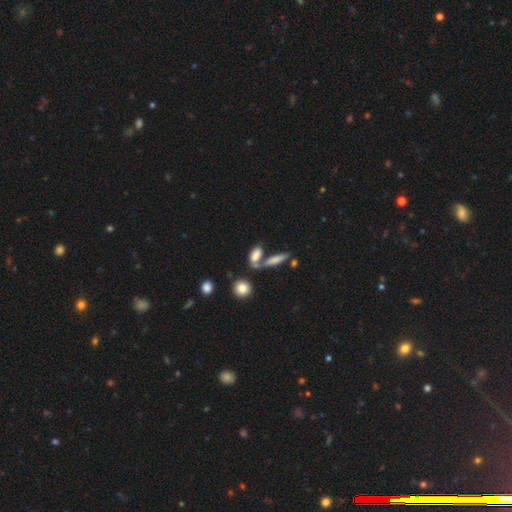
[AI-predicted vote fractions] The model was most divided on "merging": none: 45%, merger: 36%, minor disturbance: 12%, major disturbance: 7%. More confident: smooth or featured — smooth (74%); how rounded — in between (66%).